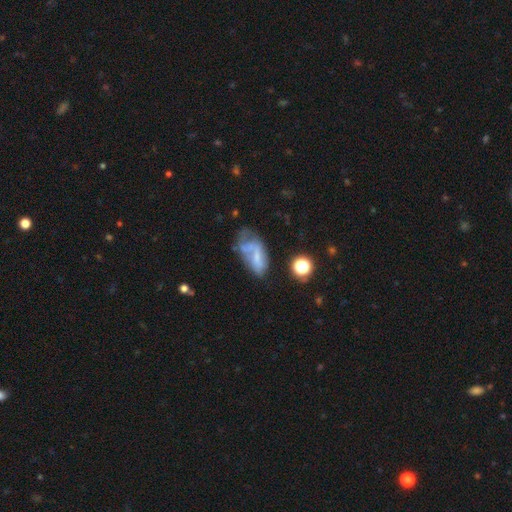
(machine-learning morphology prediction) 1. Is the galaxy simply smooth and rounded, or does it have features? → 46% featured or disk, 40% smooth, 14% star or artifact.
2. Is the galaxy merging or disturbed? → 29% major disturbance (tied), 29% none (tied), 25% minor disturbance, 17% merger.